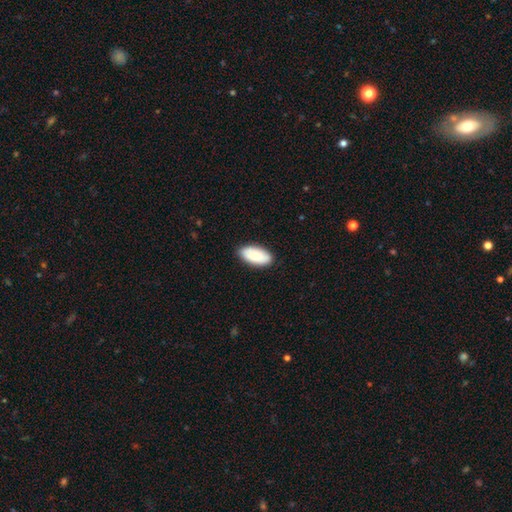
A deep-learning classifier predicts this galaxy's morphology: Smooth or featured? Predicted: smooth (p=0.80). How rounded? Predicted: in between (p=0.94). Merging? Predicted: none (p=0.86).